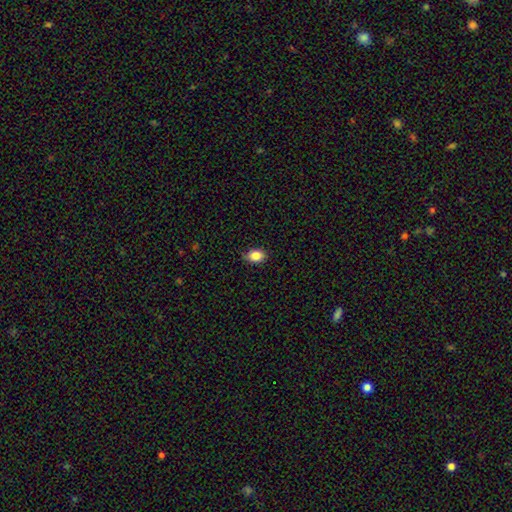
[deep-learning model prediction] Smooth or featured?
  - smooth: 85% *
  - star or artifact: 9%
  - featured or disk: 6%
How rounded?
  - in between: 71% *
  - round: 28%
  - cigar-shaped: 1%
Merging?
  - none: 77% *
  - minor disturbance: 19%
  - major disturbance: 3%
  - merger: 1%